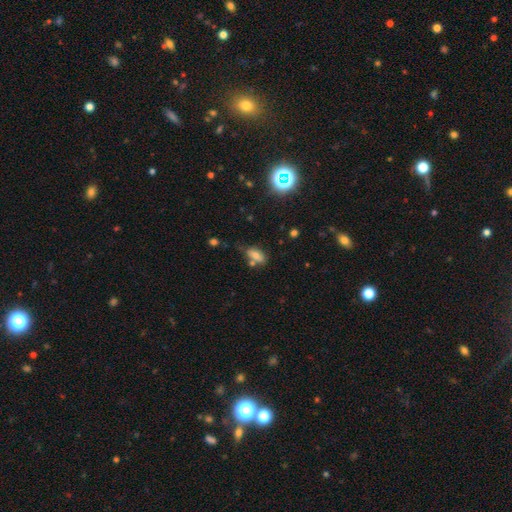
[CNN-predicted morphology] This is likely a smooth galaxy (66%). How rounded: clearly in between (84%). Merging: possibly none (50%).